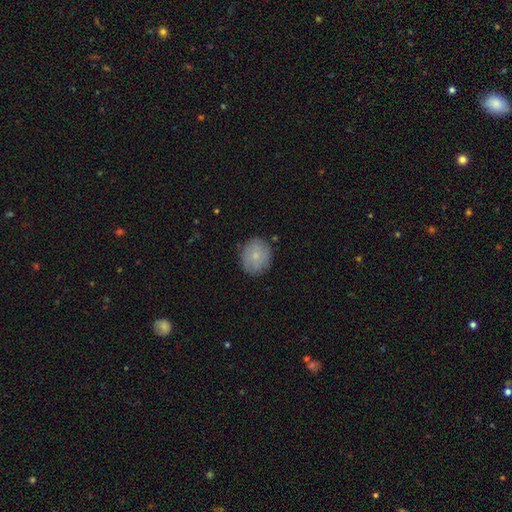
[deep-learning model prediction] Morphology: type=smooth (72%); roundness=round (78%); merging=none (82%).